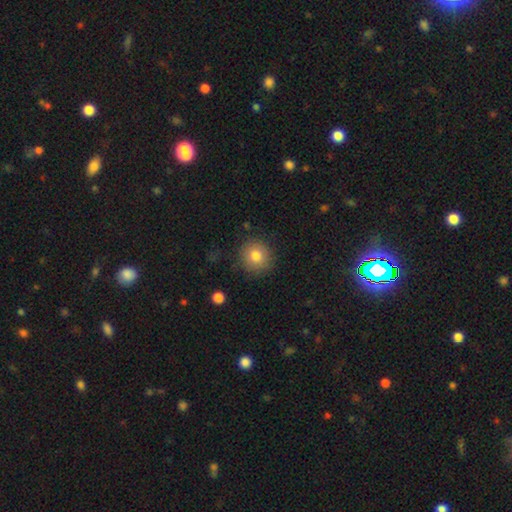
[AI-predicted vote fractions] Smooth or featured? Predicted: smooth (p=0.80). How rounded? Predicted: round (p=0.92). Merging? Predicted: none (p=0.86).